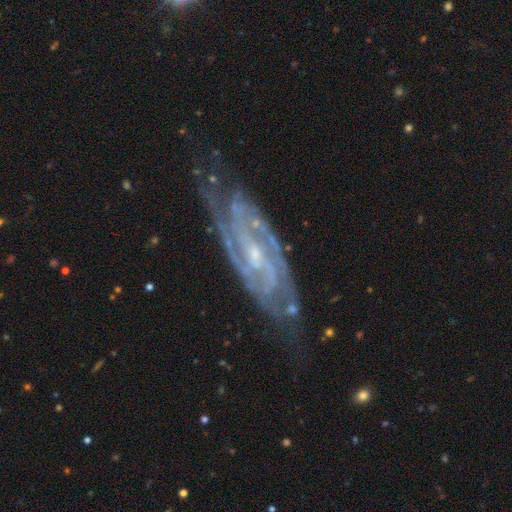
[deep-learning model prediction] This is clearly a featured or disk galaxy (90%). It is clearly not viewed edge-on (91%). Bar: possibly weak (45%). Spiral arm pattern: clearly yes (98%). Spiral arm count: marginally 2 (45%). Spiral winding: possibly tight (56%). Central bulge: likely small (74%). Merging: likely none (69%).